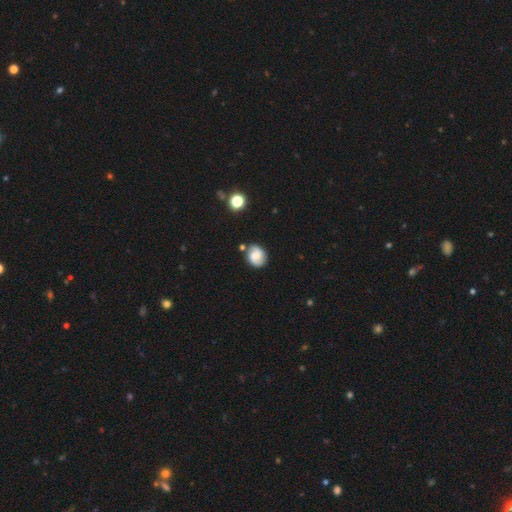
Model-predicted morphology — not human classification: Smooth or featured?
  - featured or disk: 47% *
  - smooth: 44%
  - star or artifact: 9%
Merging?
  - none: 75% *
  - minor disturbance: 16%
  - merger: 5%
  - major disturbance: 4%